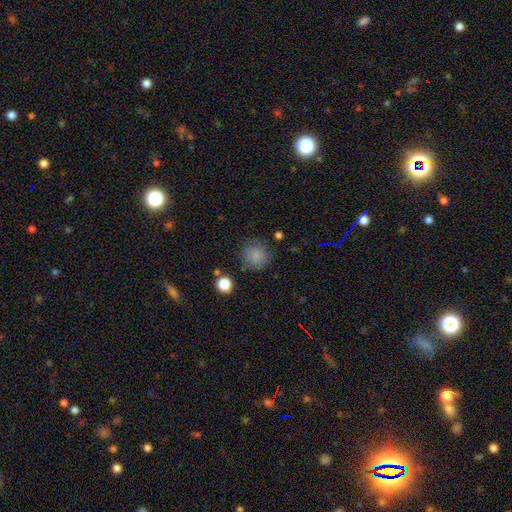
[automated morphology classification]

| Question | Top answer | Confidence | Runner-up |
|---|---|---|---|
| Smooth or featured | smooth | 83% | star or artifact (11%) |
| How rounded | round | 90% | in between (9%) |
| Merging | none | 78% | minor disturbance (15%) |